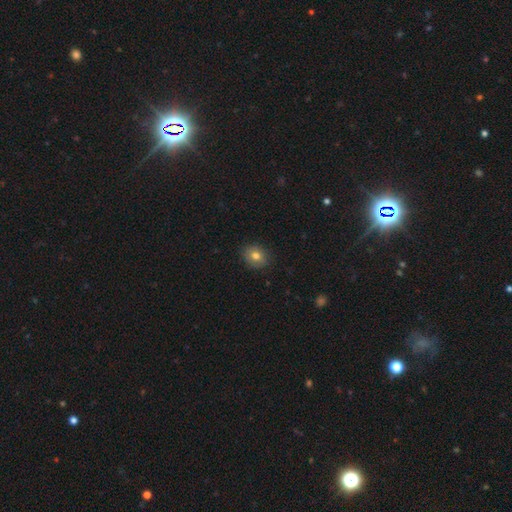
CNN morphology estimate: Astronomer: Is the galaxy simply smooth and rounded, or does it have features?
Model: smooth — 79%.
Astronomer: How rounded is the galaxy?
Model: round — 70%.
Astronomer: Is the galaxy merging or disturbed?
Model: none — 87%.